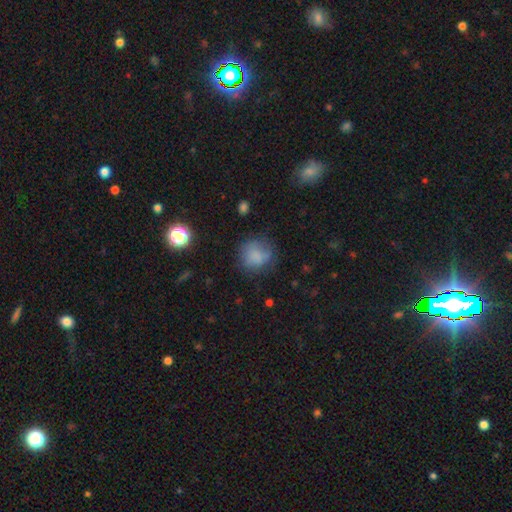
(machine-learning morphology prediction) This is likely a smooth galaxy (74%). How rounded: clearly round (83%). Merging: likely none (63%).